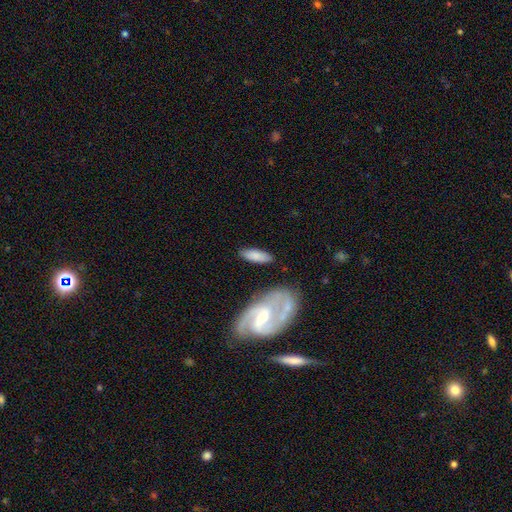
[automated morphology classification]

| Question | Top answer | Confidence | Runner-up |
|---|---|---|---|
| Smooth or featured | smooth | 72% | featured or disk (23%) |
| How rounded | in between | 59% | cigar-shaped (38%) |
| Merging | none | 75% | minor disturbance (14%) |